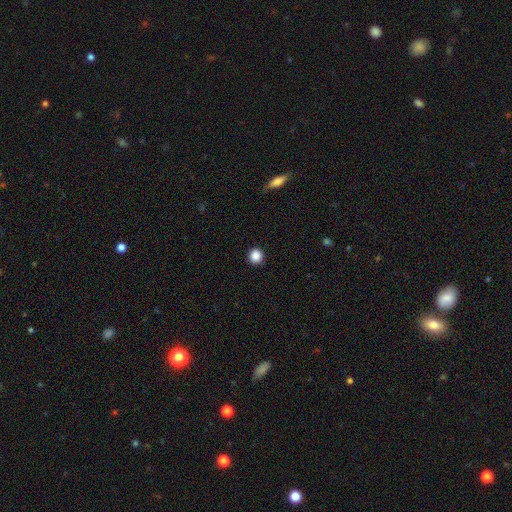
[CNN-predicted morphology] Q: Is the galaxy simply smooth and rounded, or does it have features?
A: smooth — 88%.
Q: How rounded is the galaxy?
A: round — 93%.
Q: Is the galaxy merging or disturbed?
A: none — 92%.